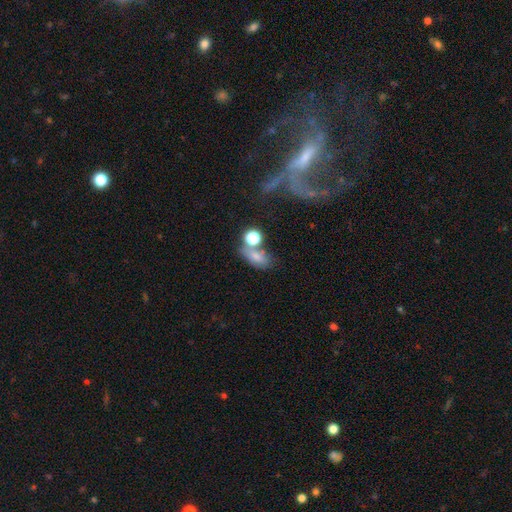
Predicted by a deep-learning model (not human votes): smooth 68%, star or artifact 17%, featured or disk 15%. Down the decision tree: how rounded — in between (74%); merging — none (42%).